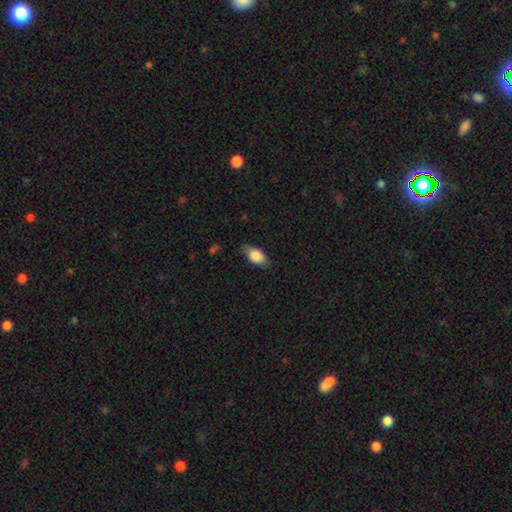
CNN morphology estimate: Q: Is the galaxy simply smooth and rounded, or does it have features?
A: smooth — 83%.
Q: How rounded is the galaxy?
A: in between — 89%.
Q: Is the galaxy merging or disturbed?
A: none — 71%.